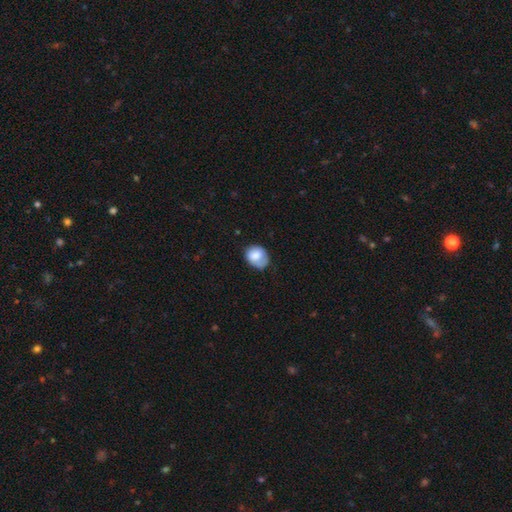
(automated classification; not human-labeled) This is likely a smooth galaxy (75%). How rounded: possibly round (56%). Merging: possibly none (51%).